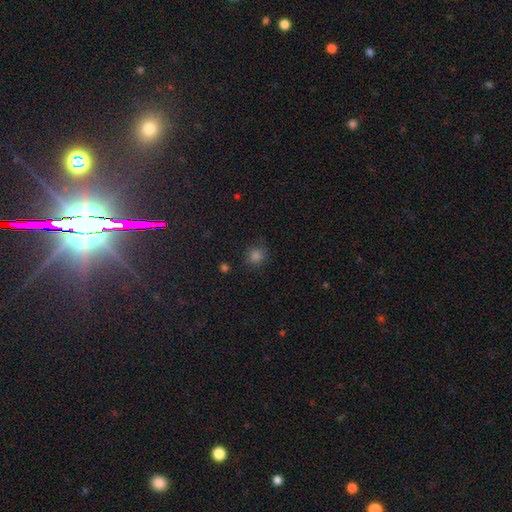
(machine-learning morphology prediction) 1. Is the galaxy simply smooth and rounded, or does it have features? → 77% smooth, 18% star or artifact, 5% featured or disk.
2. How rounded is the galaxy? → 88% round, 11% in between, 1% cigar-shaped.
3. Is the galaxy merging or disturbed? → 81% none, 13% minor disturbance, 4% major disturbance, 2% merger.